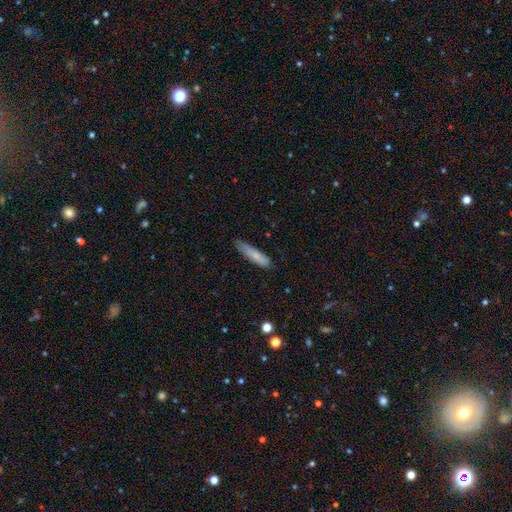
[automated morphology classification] Smooth or featured? Predicted: smooth (p=0.76). How rounded? Predicted: cigar-shaped (p=0.82). Merging? Predicted: none (p=0.74).